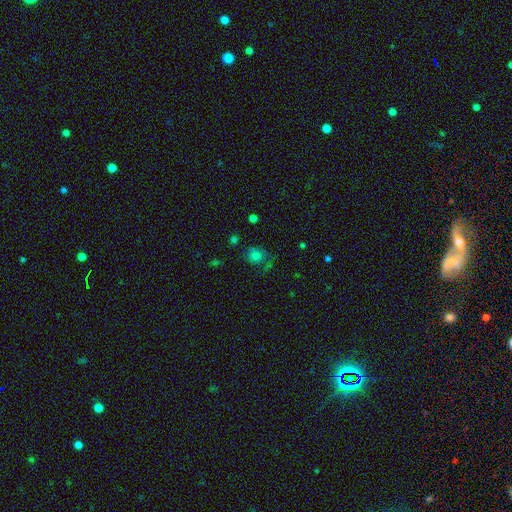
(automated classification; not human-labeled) Smooth or featured? smooth (71%)
How rounded? round (73%)
Merging? none (55%)